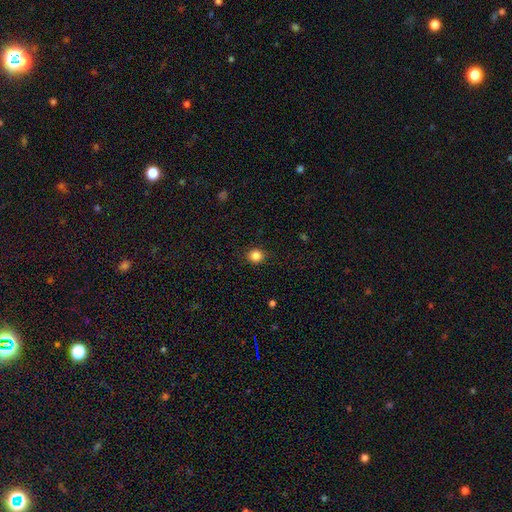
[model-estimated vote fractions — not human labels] This appears to be a smooth galaxy with no disk features (85%) that is round (85%). Merging: none (88%).